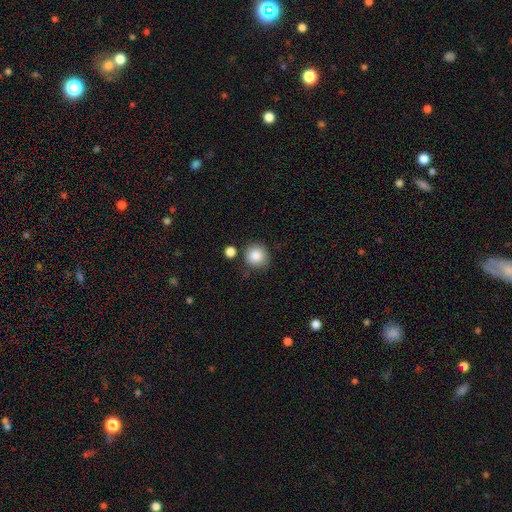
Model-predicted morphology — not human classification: The model was most divided on "merging": none: 80%, minor disturbance: 11%, merger: 6%, major disturbance: 3%. More confident: how rounded — round (92%); smooth or featured — smooth (86%).